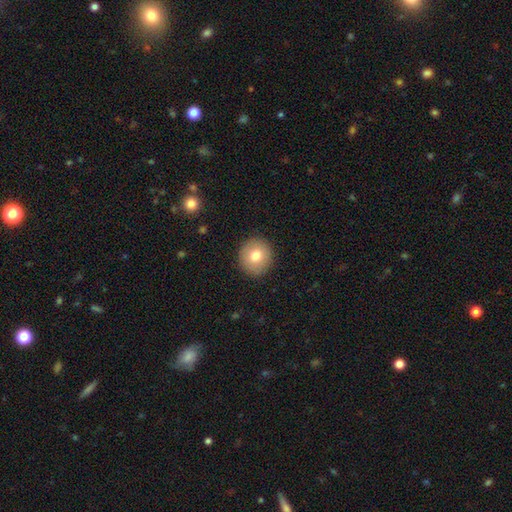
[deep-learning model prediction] Smooth or featured? smooth (77%)
How rounded? round (91%)
Merging? none (91%)